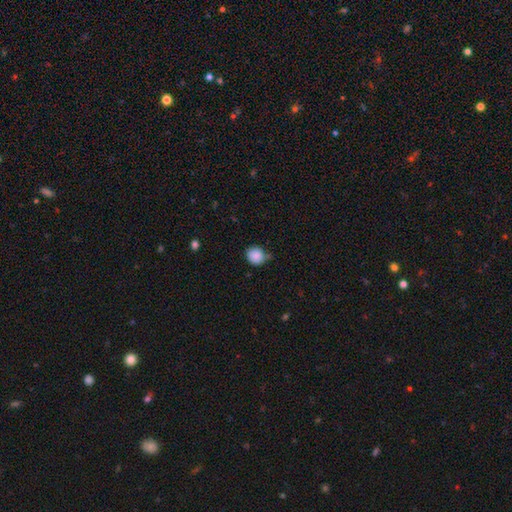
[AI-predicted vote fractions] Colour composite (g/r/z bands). It shows a smooth galaxy with no disk features (88%) that is round (86%). Merging: none (67%).